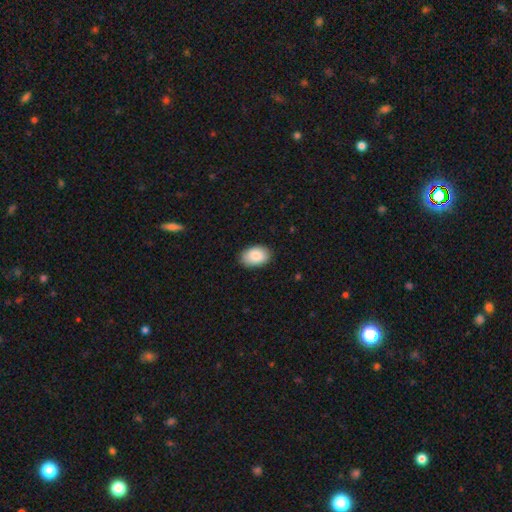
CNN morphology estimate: smooth-or-featured: smooth: 89% | star or artifact: 6% | featured or disk: 5%
  how-rounded: in between: 90% | round: 9% | cigar-shaped: 1%
  merging: none: 85% | minor disturbance: 12% | major disturbance: 2% | merger: 1%